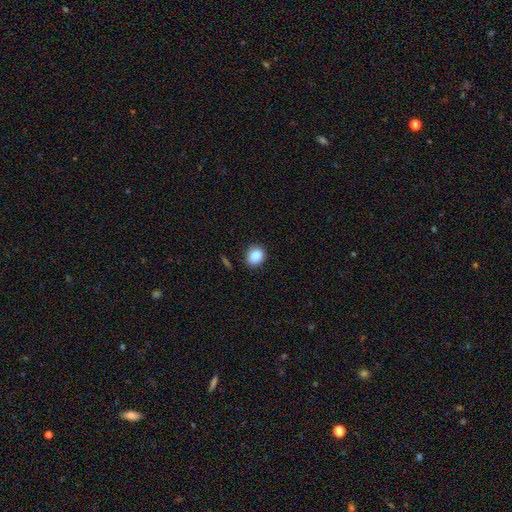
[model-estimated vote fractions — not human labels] Smooth or featured? Predicted: smooth (p=0.87). How rounded? Predicted: round (p=0.57). Merging? Predicted: none (p=0.87).